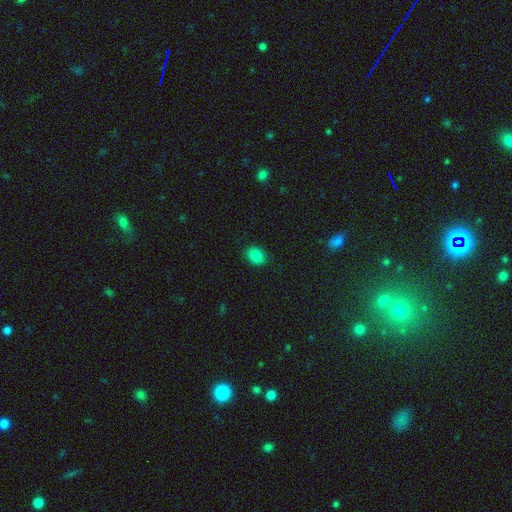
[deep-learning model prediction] smooth 84%, star or artifact 10%, featured or disk 6%. Down the decision tree: how rounded — in between (63%); merging — none (87%).